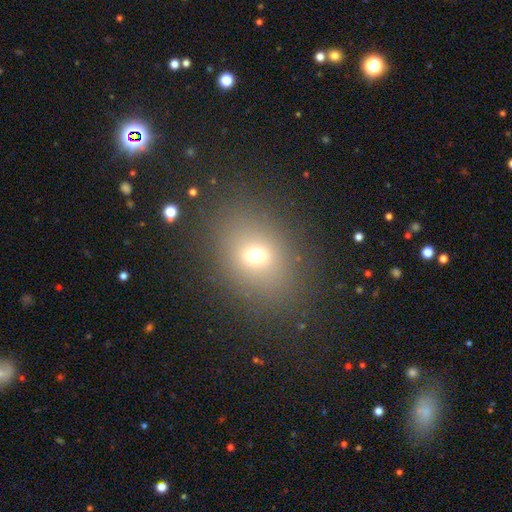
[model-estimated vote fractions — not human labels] A smooth galaxy with no disk features (67%) that is in between round and cigar-shaped (55%). Merging: none (82%).